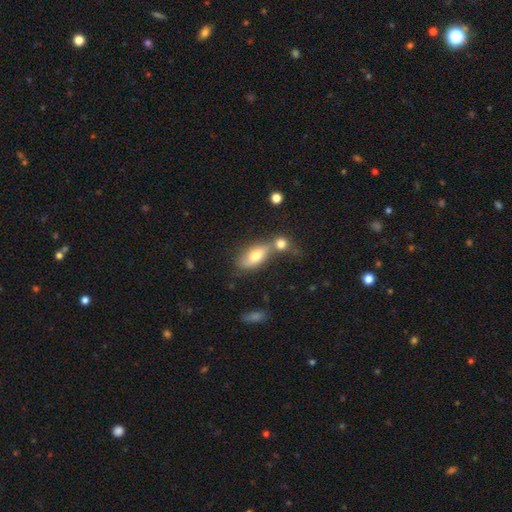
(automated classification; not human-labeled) Smooth or featured?
  - smooth: 68% *
  - featured or disk: 24%
  - star or artifact: 8%
How rounded?
  - in between: 82% *
  - cigar-shaped: 11%
  - round: 6%
Merging?
  - none: 42% *
  - merger: 38%
  - minor disturbance: 14%
  - major disturbance: 7%